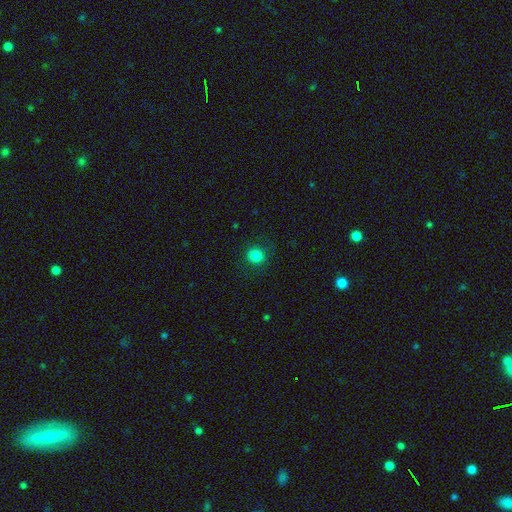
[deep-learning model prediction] This is clearly a smooth galaxy (84%). How rounded: clearly round (91%). Merging: clearly none (89%).